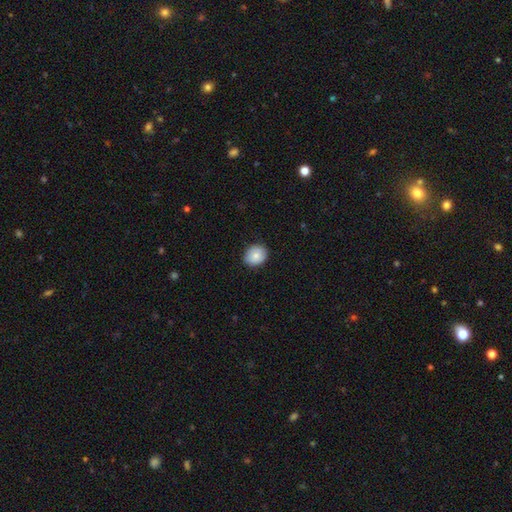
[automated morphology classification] Smooth or featured: smooth — 83% (featured or disk — 10%)
How rounded: round — 67% (in between — 32%)
Merging: none — 86% (minor disturbance — 11%)